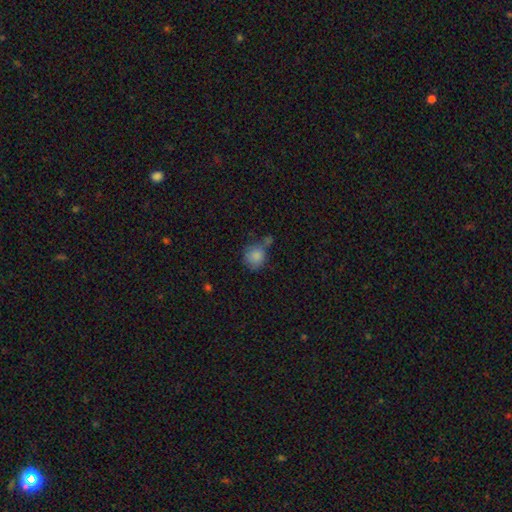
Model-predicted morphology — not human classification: A smooth galaxy with no disk features (85%) that is round (82%).

Vote fractions:
- Smooth or featured? smooth: 85% / star or artifact: 9% / featured or disk: 6%
- How rounded? round: 82% / in between: 17% / cigar-shaped: 1%
- Merging? none: 50% / merger: 23% / minor disturbance: 19% / major disturbance: 8%